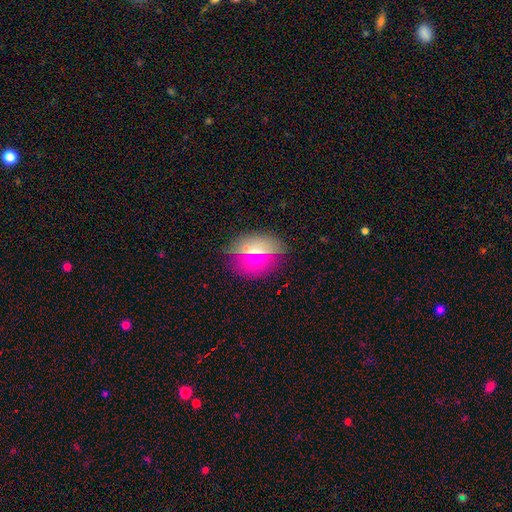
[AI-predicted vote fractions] smooth 63%, star or artifact 19%, featured or disk 17%. Down the decision tree: how rounded — in between (55%); merging — none (82%).